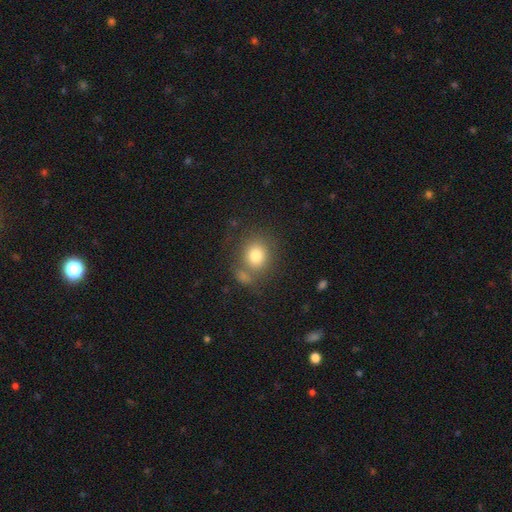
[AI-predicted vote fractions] A smooth galaxy with no disk features (78%) that is round (81%).

Vote fractions:
- Smooth or featured? smooth: 78% / star or artifact: 11% / featured or disk: 11%
- How rounded? round: 81% / in between: 18% / cigar-shaped: 1%
- Merging? none: 63% / merger: 19% / minor disturbance: 13% / major disturbance: 6%